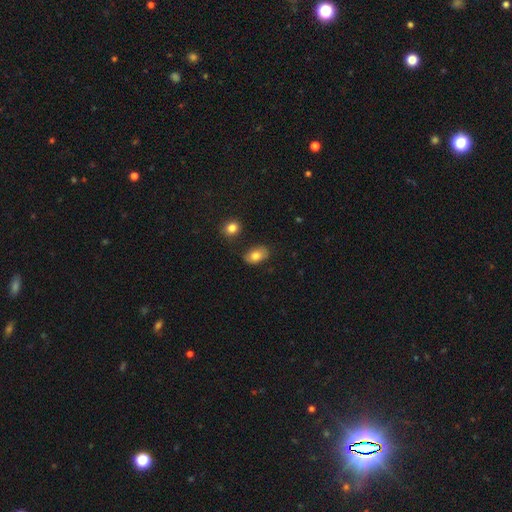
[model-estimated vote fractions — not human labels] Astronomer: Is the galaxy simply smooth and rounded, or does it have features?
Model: smooth — 81%.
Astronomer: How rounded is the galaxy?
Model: in between — 88%.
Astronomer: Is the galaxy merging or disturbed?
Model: none — 76%.